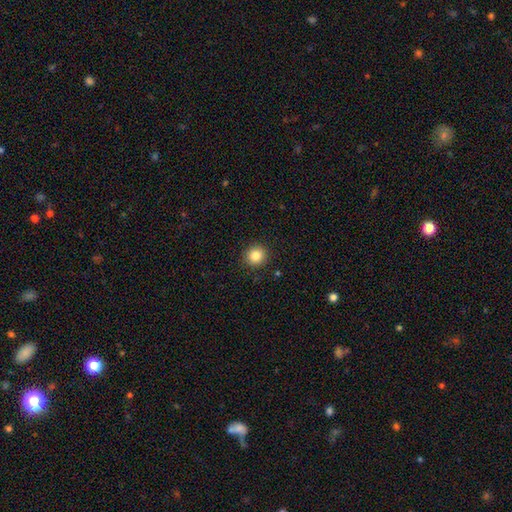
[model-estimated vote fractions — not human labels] smooth_or_featured: smooth (p=0.84) [alt: star or artifact p=0.10]
how_rounded: round (p=0.93) [alt: in between p=0.06]
merging: none (p=0.91) [alt: minor disturbance p=0.06]